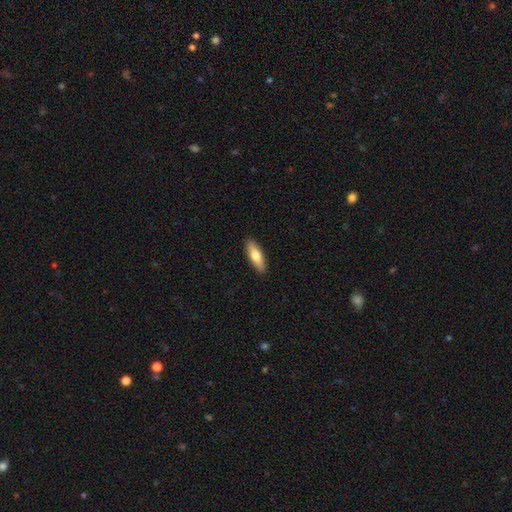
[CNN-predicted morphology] Q: Smooth or featured?
A: smooth (72%); runner-up: featured or disk (23%)
Q: How rounded?
A: in between (52%); runner-up: cigar-shaped (46%)
Q: Merging?
A: none (90%); runner-up: minor disturbance (7%)